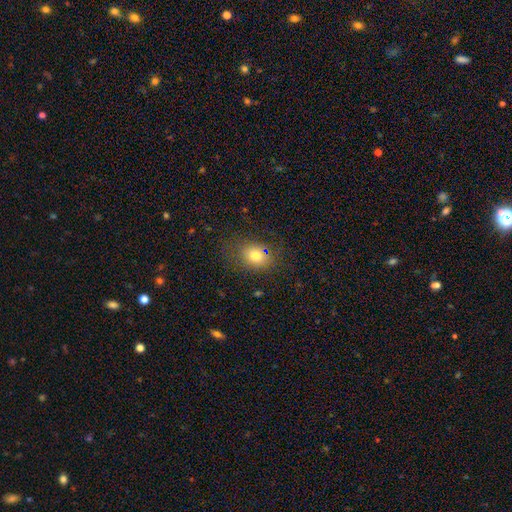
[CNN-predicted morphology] Smooth or featured? smooth (77%)
How rounded? in between (57%)
Merging? none (77%)